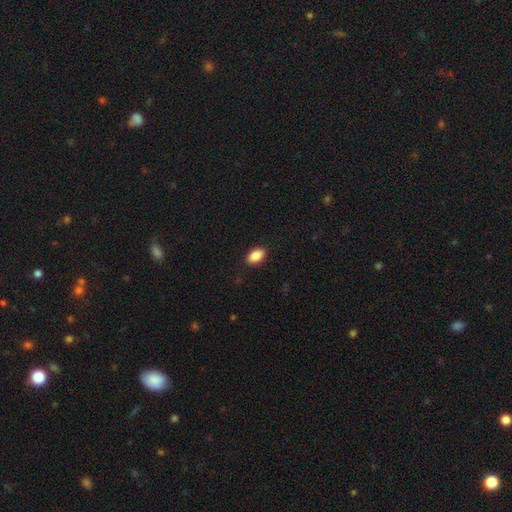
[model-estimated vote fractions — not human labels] Overall: smooth (88%). How rounded: in between (92%). Merging: none (89%).